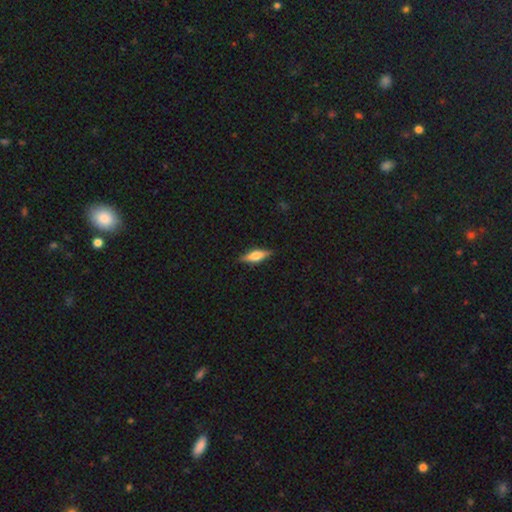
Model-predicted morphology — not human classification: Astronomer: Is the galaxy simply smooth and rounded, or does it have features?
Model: smooth — 49% (runner-up: featured or disk, 44%).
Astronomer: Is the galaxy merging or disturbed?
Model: none — 87%.